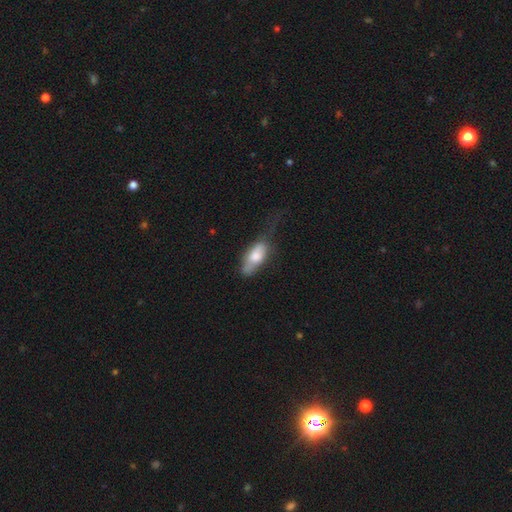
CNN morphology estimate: A smooth galaxy with no disk features (70%) that is in between round and cigar-shaped (81%). Merging: minor disturbance (34%).